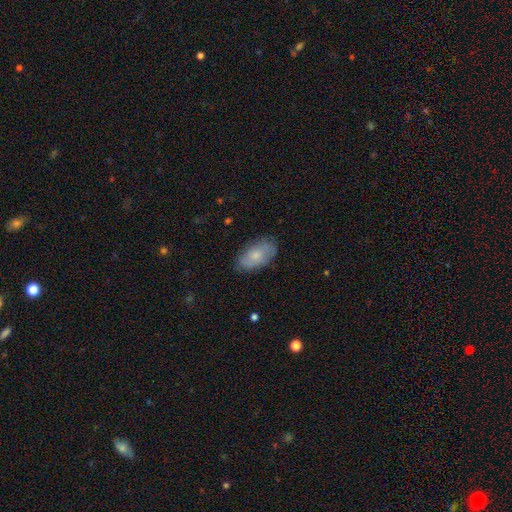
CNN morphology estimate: Smooth or featured?
  - smooth: 67% *
  - featured or disk: 26%
  - star or artifact: 7%
How rounded?
  - in between: 93% *
  - round: 4%
  - cigar-shaped: 3%
Merging?
  - none: 76% *
  - minor disturbance: 19%
  - major disturbance: 4%
  - merger: 1%